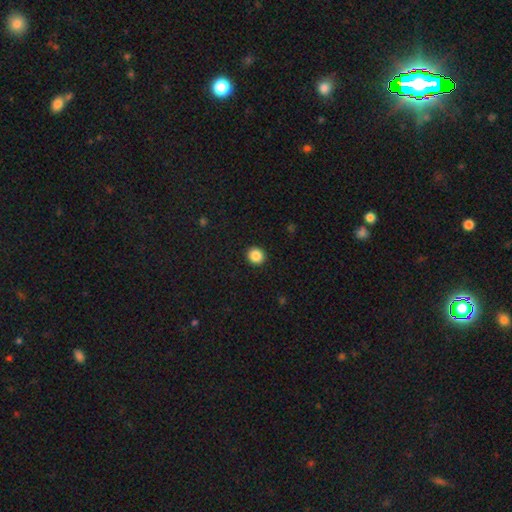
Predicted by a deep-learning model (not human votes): Smooth or featured? Predicted: smooth (p=0.87). How rounded? Predicted: round (p=0.89). Merging? Predicted: none (p=0.93).